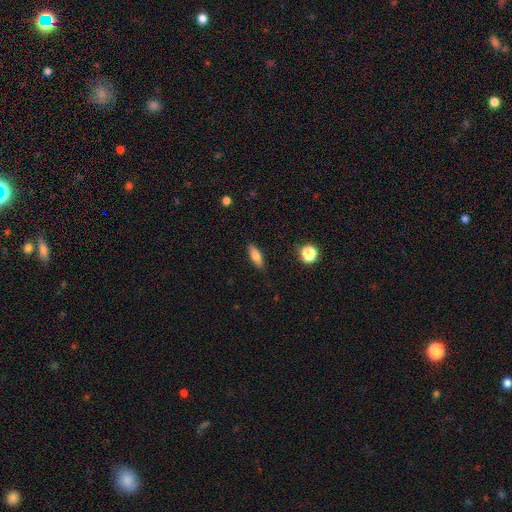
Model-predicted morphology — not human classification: This appears to be a smooth galaxy with no disk features (79%) that is in between round and cigar-shaped (58%). Merging: none (87%).